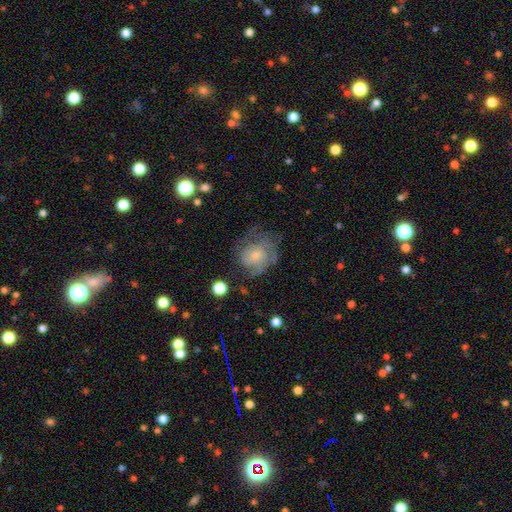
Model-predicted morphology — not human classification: Smooth or featured?
  - featured or disk: 55% *
  - smooth: 36%
  - star or artifact: 9%
Edge-on disk?
  - no: 97% *
  - yes: 3%
Bar?
  - no: 76% *
  - weak: 21%
  - strong: 3%
Spiral arms?
  - yes: 75% *
  - no: 25%
Bulge size?
  - small: 48% *
  - moderate: 36%
  - none: 9%
  - large: 5%
  - dominant: 2%
Merging?
  - none: 47% *
  - major disturbance: 26%
  - minor disturbance: 26%
  - merger: 2%